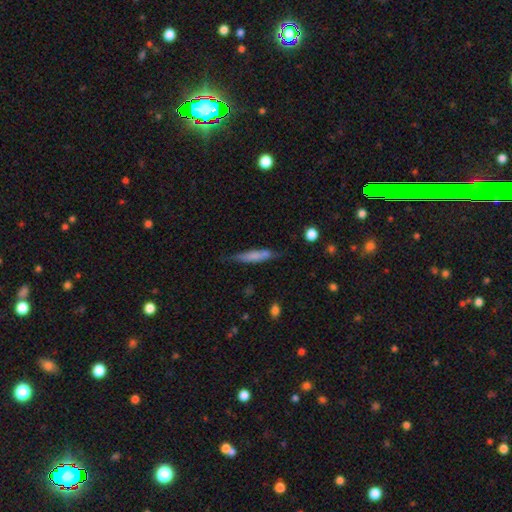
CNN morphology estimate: Overall: smooth (64%; featured or disk 28%). How rounded: cigar-shaped (85%). Merging: none (66%).